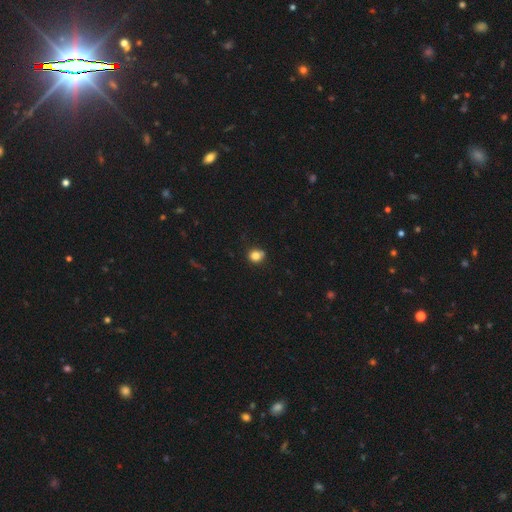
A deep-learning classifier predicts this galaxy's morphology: A smooth galaxy with no disk features (82%) that is round (82%).

Vote fractions:
- Smooth or featured? smooth: 82% / star or artifact: 12% / featured or disk: 6%
- How rounded? round: 82% / in between: 17% / cigar-shaped: 1%
- Merging? none: 72% / minor disturbance: 17% / merger: 7% / major disturbance: 4%